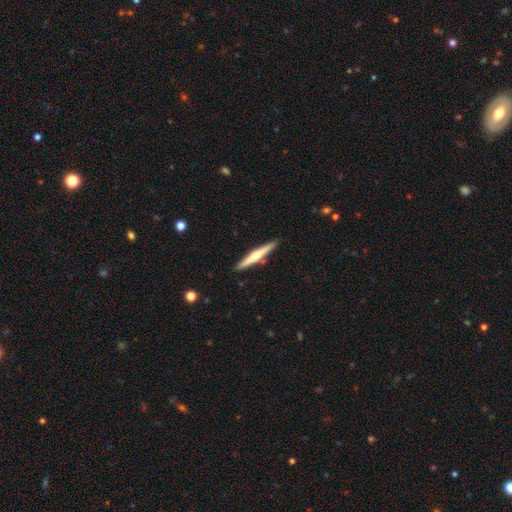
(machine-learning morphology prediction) type=featured or disk (55%); edge-on=yes (97%); edge-on bulge=rounded (77%); merging=none (89%).